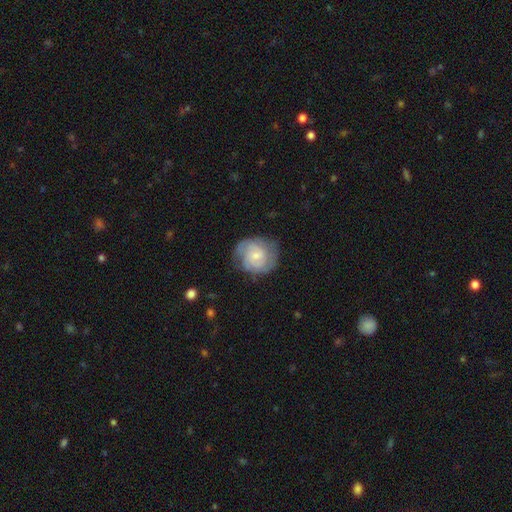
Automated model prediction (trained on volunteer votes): smooth_or_featured: featured or disk (p=0.63) [alt: smooth p=0.31]
disk_edge_on: no (p=0.98) [alt: yes p=0.02]
bar: no (p=0.68) [alt: weak p=0.28]
has_spiral_arms: yes (p=0.87) [alt: no p=0.13]
spiral_winding: tight (p=0.52) [alt: medium p=0.36]
spiral_arm_count: 2 (p=0.46) [alt: can't tell p=0.29]
bulge_size: small (p=0.65) [alt: moderate p=0.29]
merging: none (p=0.65) [alt: minor disturbance p=0.24]